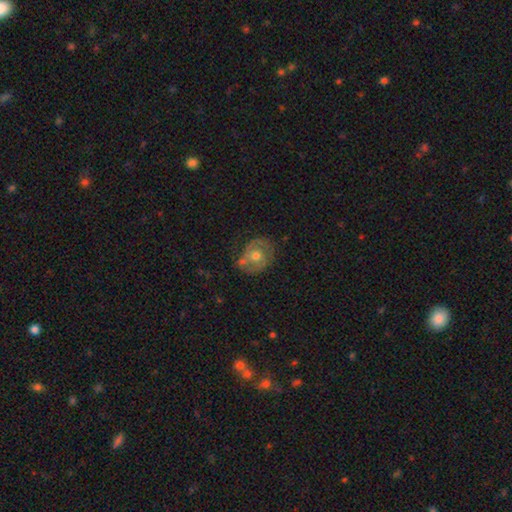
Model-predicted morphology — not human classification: Smooth or featured: featured or disk — 61% (smooth — 31%)
Edge-on disk: no — 97% (yes — 3%)
Bar: no — 77% (weak — 19%)
Spiral arms: yes — 63% (no — 37%)
Bulge size: moderate — 72% (small — 21%)
Merging: none — 58% (minor disturbance — 25%)